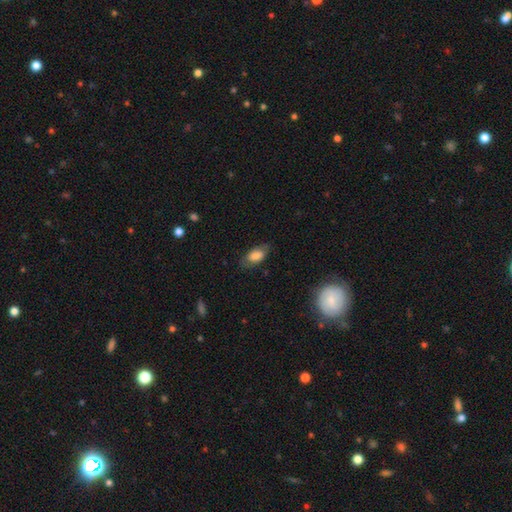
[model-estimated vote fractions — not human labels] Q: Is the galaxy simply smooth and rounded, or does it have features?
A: smooth — 73%.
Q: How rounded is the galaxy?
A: in between — 90%.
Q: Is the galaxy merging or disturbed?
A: none — 73%.